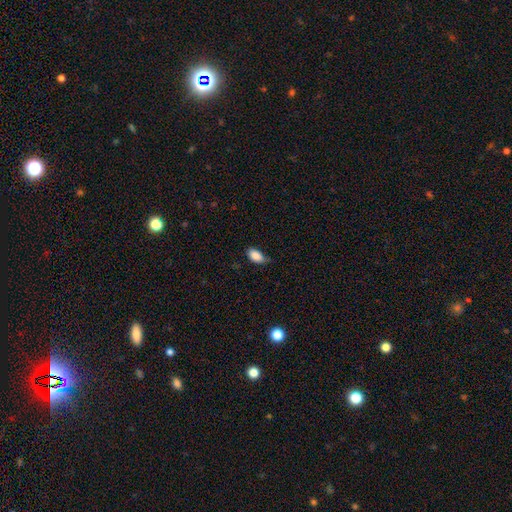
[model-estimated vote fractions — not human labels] Smooth or featured? Predicted: smooth (p=0.88). How rounded? Predicted: in between (p=0.93). Merging? Predicted: none (p=0.65).